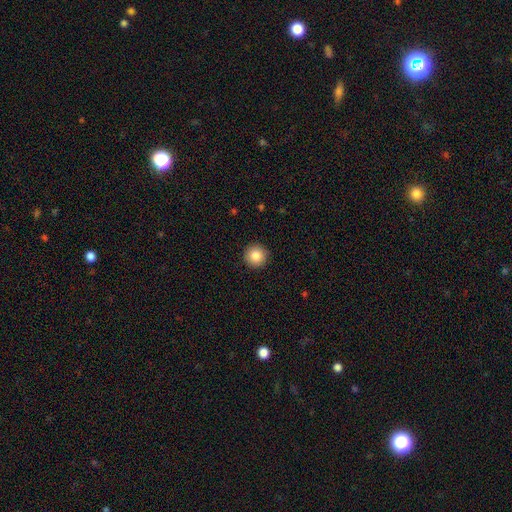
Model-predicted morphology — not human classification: smooth_or_featured: smooth (p=0.86) [alt: star or artifact p=0.09]
how_rounded: round (p=0.96) [alt: in between p=0.03]
merging: none (p=0.92) [alt: minor disturbance p=0.05]